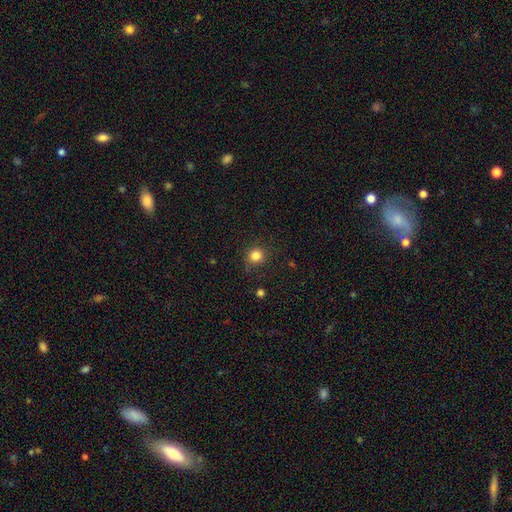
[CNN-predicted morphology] type=smooth (83%); roundness=round (91%); merging=none (84%).